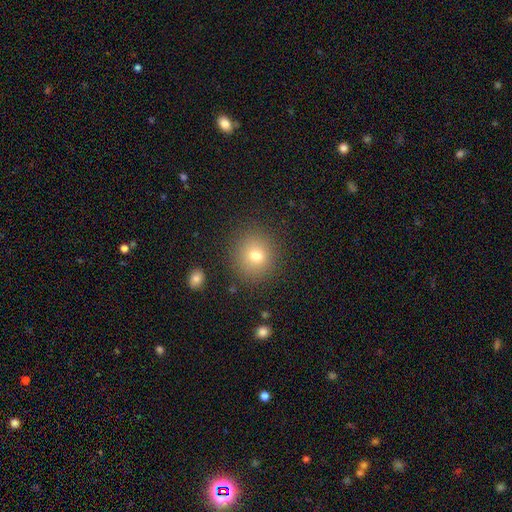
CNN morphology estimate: type=smooth (76%); roundness=round (84%); merging=none (88%).